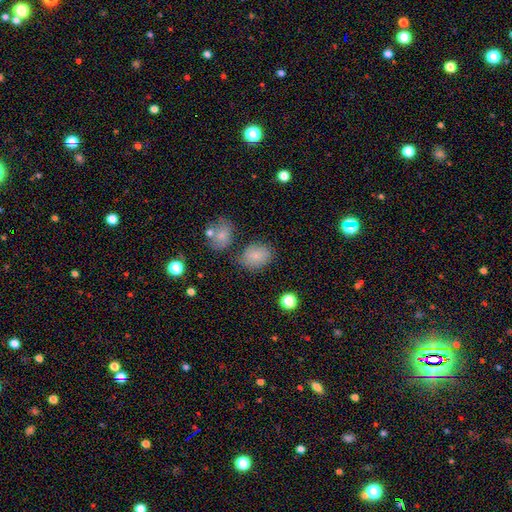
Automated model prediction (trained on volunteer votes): Smooth or featured? Predicted: smooth (p=0.79). How rounded? Predicted: in between (p=0.65). Merging? Predicted: none (p=0.66).